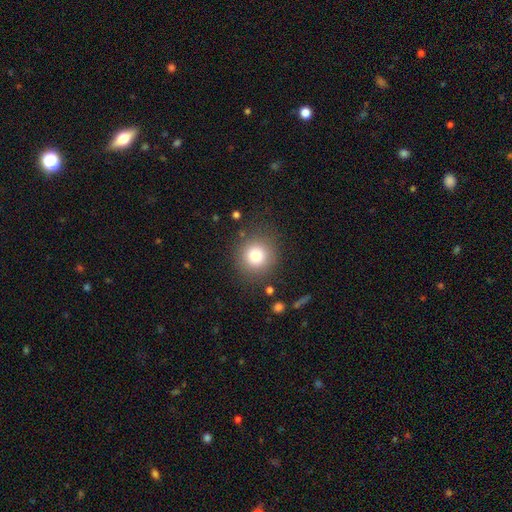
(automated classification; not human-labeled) smooth 79%, star or artifact 12%, featured or disk 10%. Down the decision tree: how rounded — round (93%); merging — none (83%).